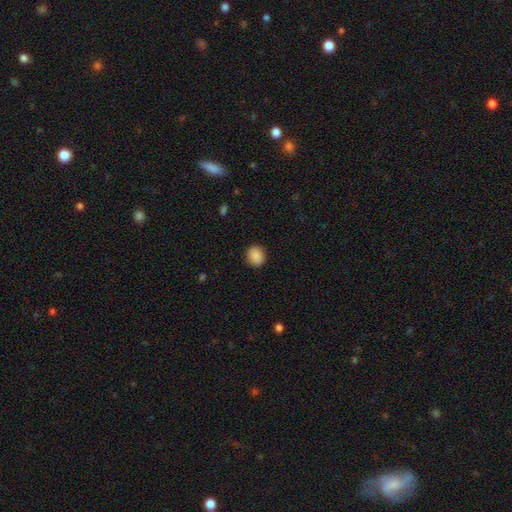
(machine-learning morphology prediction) Smooth or featured? smooth (89%)
How rounded? round (63%)
Merging? none (88%)